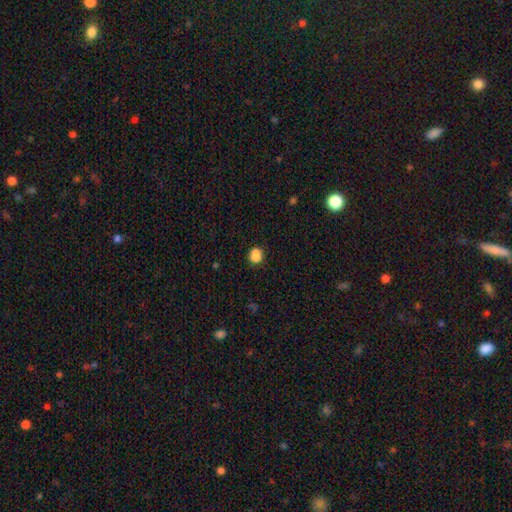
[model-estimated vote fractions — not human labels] smooth_or_featured: smooth (p=0.79) [alt: star or artifact p=0.11]
how_rounded: round (p=0.72) [alt: in between p=0.27]
merging: none (p=0.55) [alt: merger p=0.22]